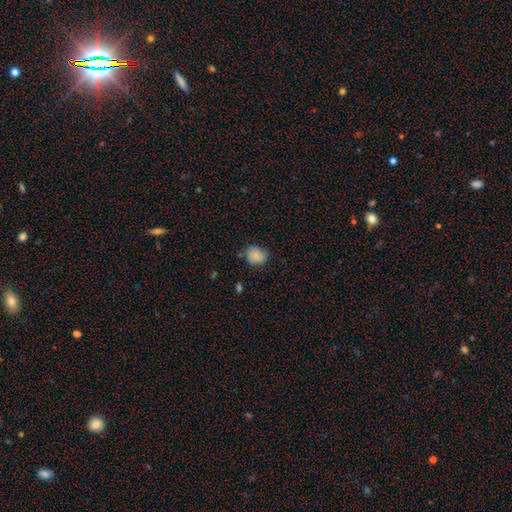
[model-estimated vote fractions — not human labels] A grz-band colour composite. It shows a smooth galaxy with no disk features (84%) that is round (66%). Merging: none (69%).